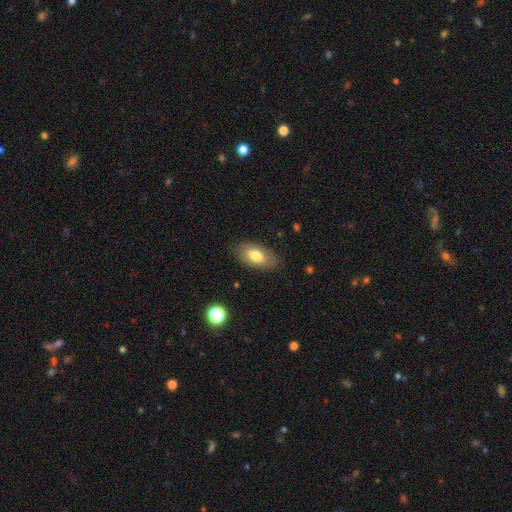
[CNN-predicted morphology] type=smooth (74%); roundness=in between (91%); merging=none (82%).